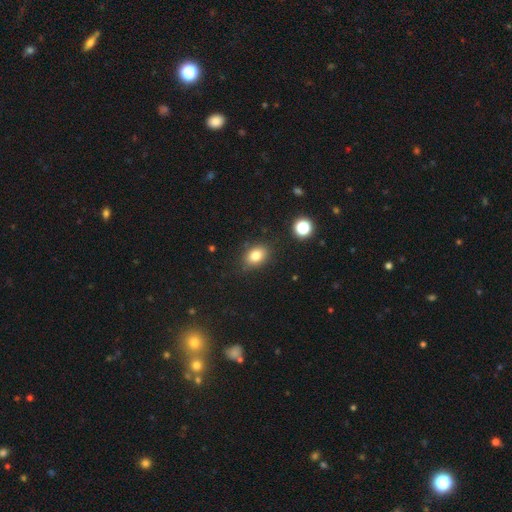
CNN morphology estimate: A smooth galaxy with no disk features (81%) that is in between round and cigar-shaped (68%).

Vote fractions:
- Smooth or featured? smooth: 81% / star or artifact: 11% / featured or disk: 8%
- How rounded? in between: 68% / round: 30% / cigar-shaped: 1%
- Merging? none: 83% / minor disturbance: 12% / major disturbance: 3% / merger: 2%